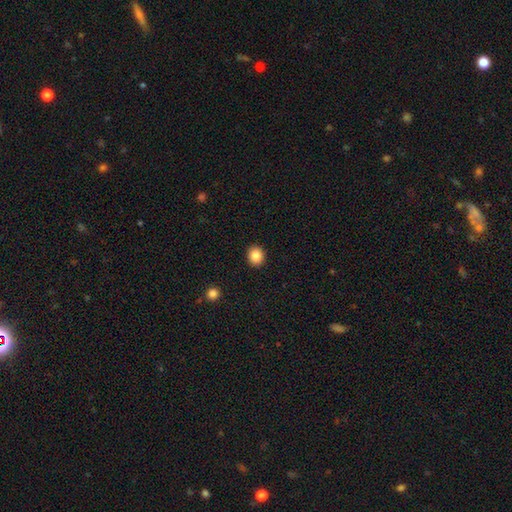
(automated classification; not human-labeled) smooth-or-featured: smooth: 86% | star or artifact: 9% | featured or disk: 5%
  how-rounded: round: 73% | in between: 27% | cigar-shaped: 1%
  merging: none: 92% | minor disturbance: 5% | major disturbance: 2% | merger: 1%